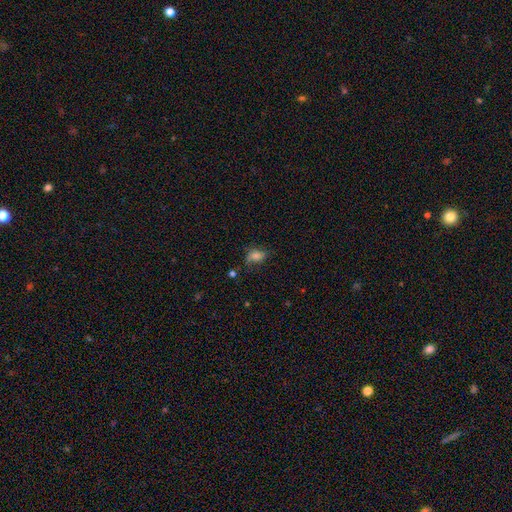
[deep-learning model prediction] Smooth or featured? smooth (70%)
How rounded? in between (79%)
Merging? none (56%)